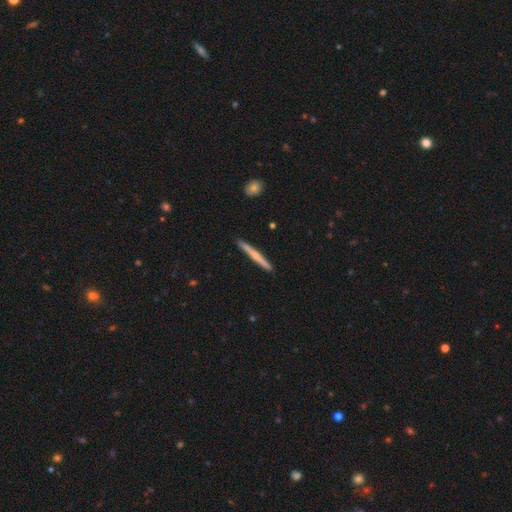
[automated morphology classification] Smooth or featured? featured or disk (49%)
Merging? none (91%)